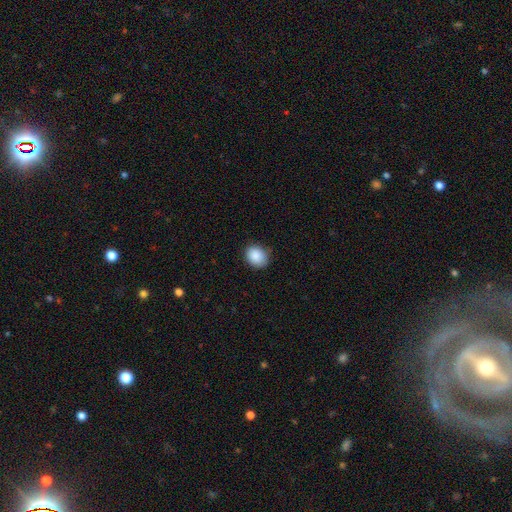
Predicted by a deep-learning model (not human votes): A smooth galaxy with no disk features (88%) that is round (59%).

Vote fractions:
- Smooth or featured? smooth: 88% / star or artifact: 8% / featured or disk: 4%
- How rounded? round: 59% / in between: 40% / cigar-shaped: 1%
- Merging? none: 78% / minor disturbance: 18% / major disturbance: 3% / merger: 1%